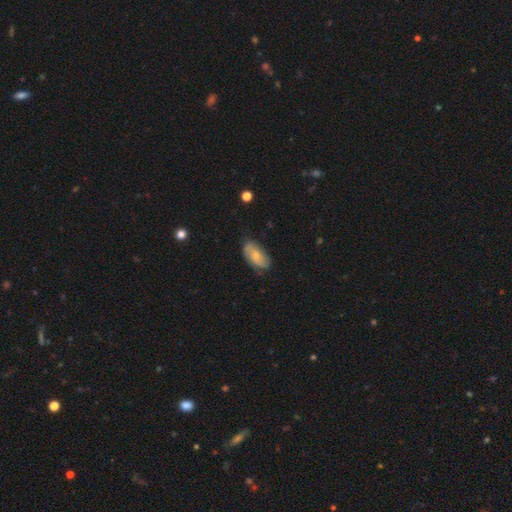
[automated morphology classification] Smooth or featured?
  - smooth: 55% *
  - featured or disk: 38%
  - star or artifact: 7%
How rounded?
  - in between: 92% *
  - cigar-shaped: 4%
  - round: 4%
Merging?
  - none: 70% *
  - minor disturbance: 23%
  - major disturbance: 5%
  - merger: 1%